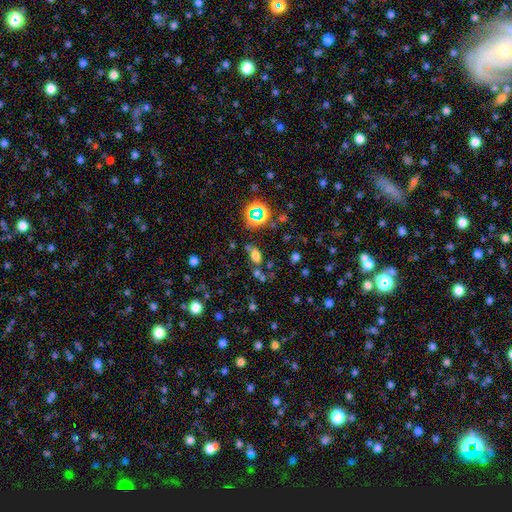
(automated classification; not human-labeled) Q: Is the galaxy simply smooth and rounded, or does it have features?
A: smooth — 67%.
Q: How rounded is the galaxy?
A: in between — 82%.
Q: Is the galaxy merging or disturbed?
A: none — 66%.